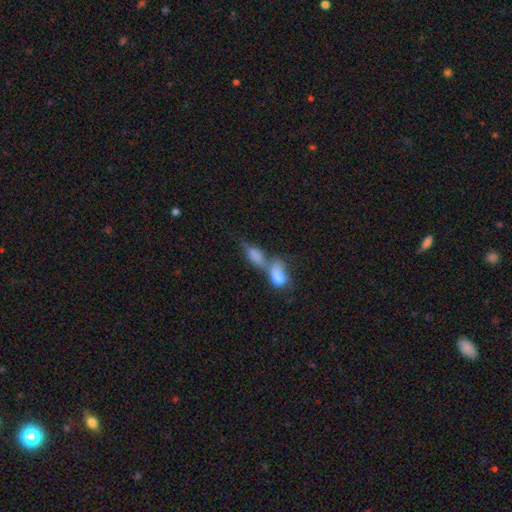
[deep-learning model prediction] smooth-or-featured: smooth: 63% | featured or disk: 25% | star or artifact: 12%
  how-rounded: in between: 71% | cigar-shaped: 16% | round: 14%
  merging: merger: 64% | none: 21% | minor disturbance: 8% | major disturbance: 7%